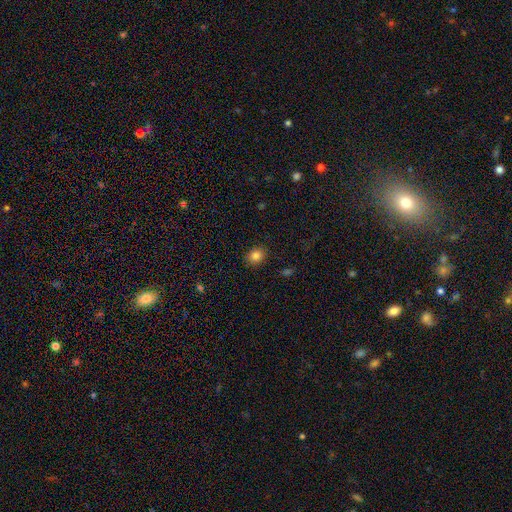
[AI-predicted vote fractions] The model was most divided on "how rounded": round: 62%, in between: 37%, cigar-shaped: 1%. More confident: merging — none (89%); smooth or featured — smooth (84%).